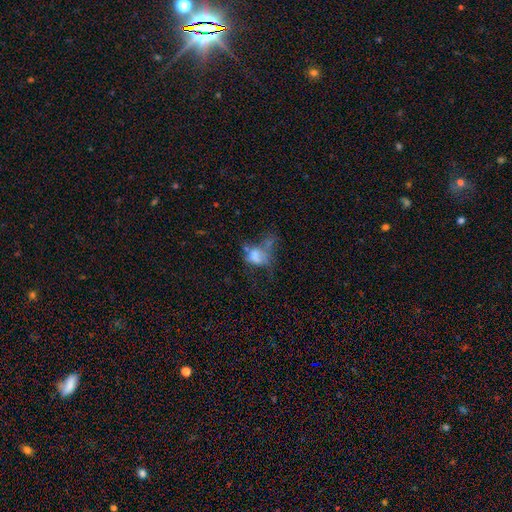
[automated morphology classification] This appears to be a smooth galaxy with no disk features (50%) that is in between round and cigar-shaped (71%). Merging: major disturbance (41%).